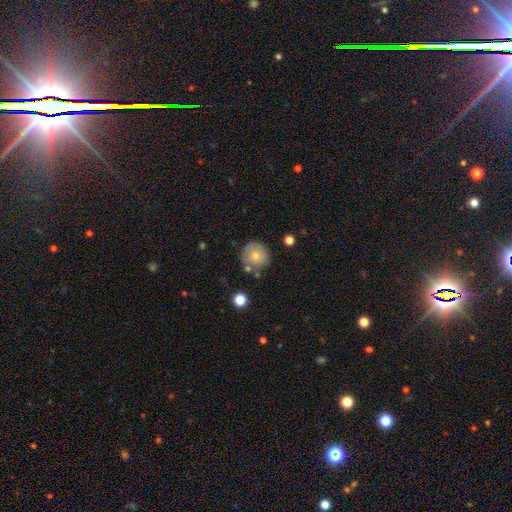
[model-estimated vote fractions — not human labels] Smooth or featured: smooth — 72% (featured or disk — 19%)
How rounded: round — 92% (in between — 7%)
Merging: none — 72% (minor disturbance — 16%)